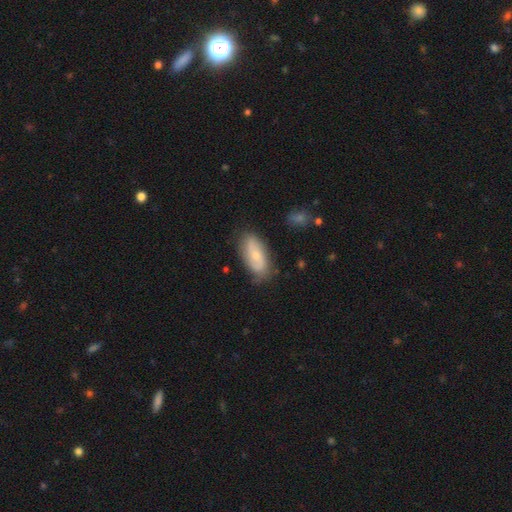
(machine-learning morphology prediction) smooth-or-featured: featured or disk: 51% | smooth: 43% | star or artifact: 6%
  disk-edge-on: no: 90% | yes: 10%
  merging: none: 76% | minor disturbance: 18% | major disturbance: 4% | merger: 2%